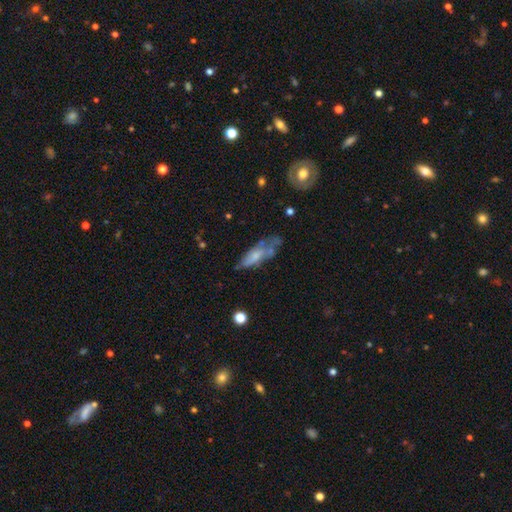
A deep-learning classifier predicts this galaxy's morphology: type=smooth (52%); roundness=in between (58%); merging=none (35%).